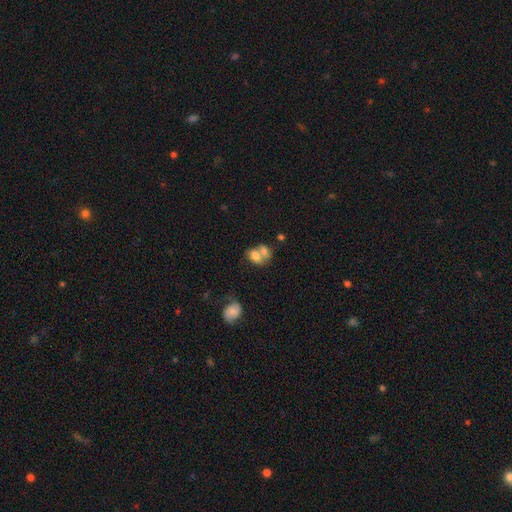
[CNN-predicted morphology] smooth-or-featured: smooth: 68% | featured or disk: 22% | star or artifact: 9%
  how-rounded: in between: 72% | round: 26% | cigar-shaped: 2%
  merging: merger: 65% | none: 19% | minor disturbance: 9% | major disturbance: 7%